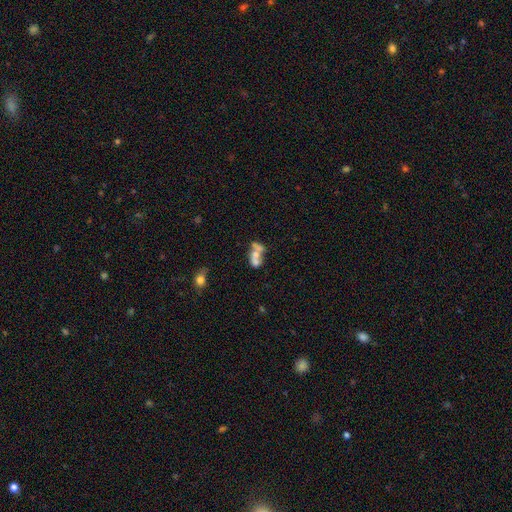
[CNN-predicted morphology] This appears to be a smooth galaxy with no disk features (48%). Merging: merger (60%).